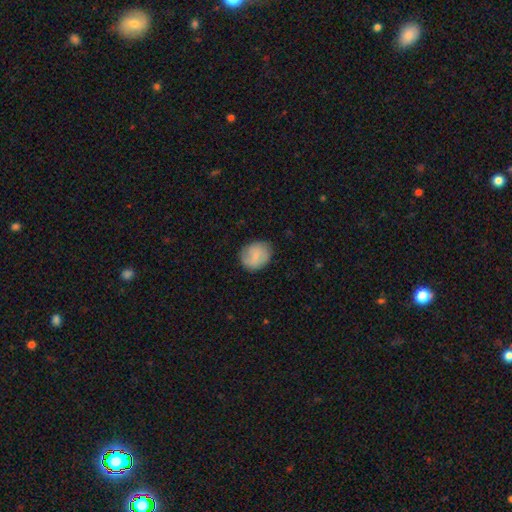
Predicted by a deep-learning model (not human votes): smooth 74%, featured or disk 19%, star or artifact 7%. Down the decision tree: how rounded — round (71%); merging — none (83%).